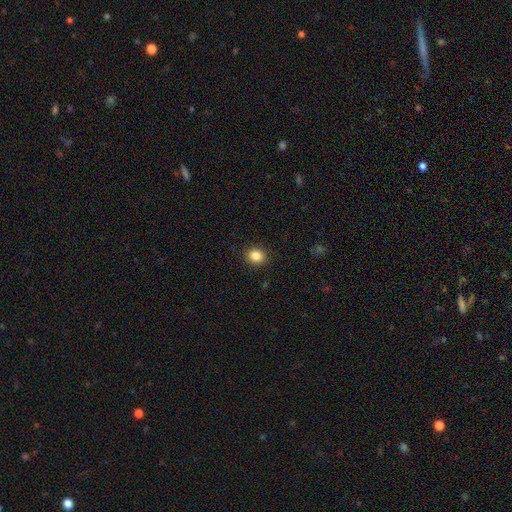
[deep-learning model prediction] This appears to be a smooth galaxy with no disk features (85%) that is round (73%). Merging: none (91%).